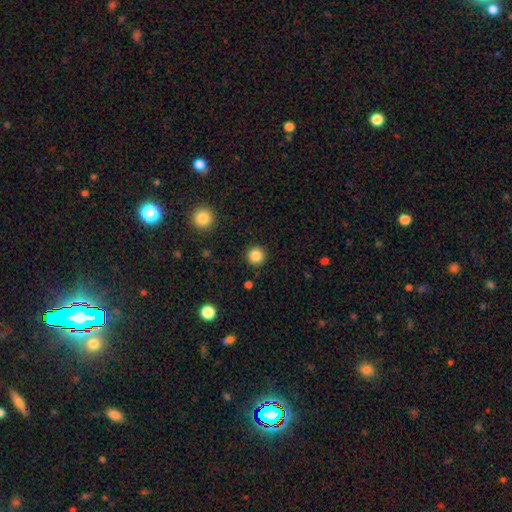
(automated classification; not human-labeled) This appears to be a smooth galaxy with no disk features (85%) that is round (95%). Merging: none (91%).